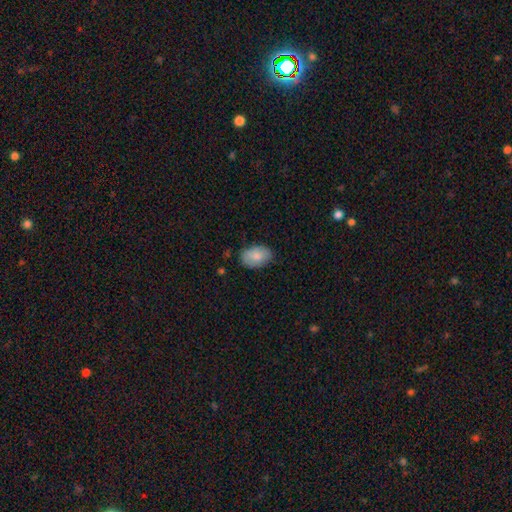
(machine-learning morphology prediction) type=smooth (78%); roundness=in between (88%); merging=none (76%).